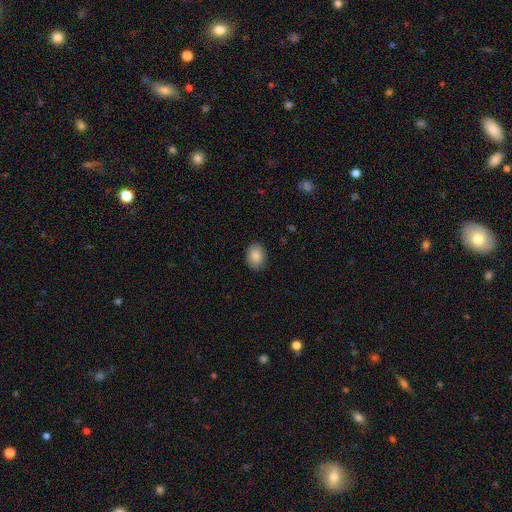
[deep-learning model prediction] smooth 87%, star or artifact 8%, featured or disk 5%. Down the decision tree: how rounded — in between (68%); merging — none (88%).